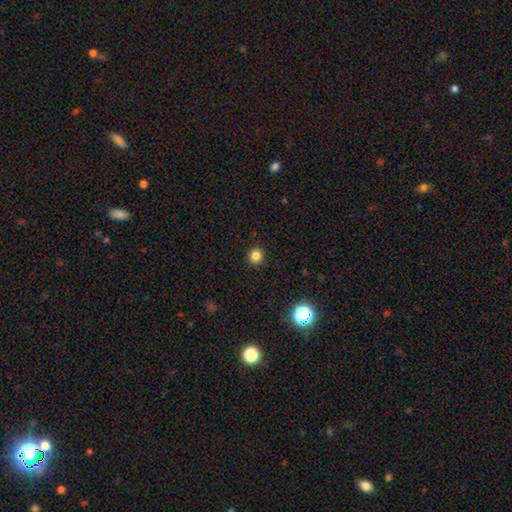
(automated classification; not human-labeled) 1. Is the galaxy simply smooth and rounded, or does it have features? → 83% smooth, 14% star or artifact, 4% featured or disk.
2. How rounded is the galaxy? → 94% round, 5% in between, 1% cigar-shaped.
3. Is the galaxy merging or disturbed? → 93% none, 5% minor disturbance, 2% major disturbance, 1% merger.